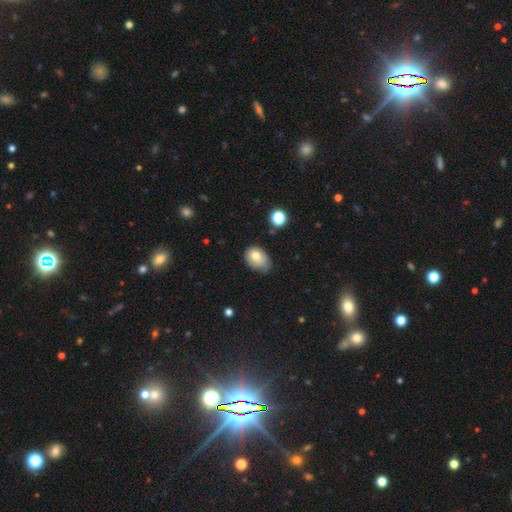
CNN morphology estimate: Q: Smooth or featured?
A: smooth (76%); runner-up: featured or disk (15%)
Q: How rounded?
A: in between (66%); runner-up: round (33%)
Q: Merging?
A: minor disturbance (44%); runner-up: none (41%)